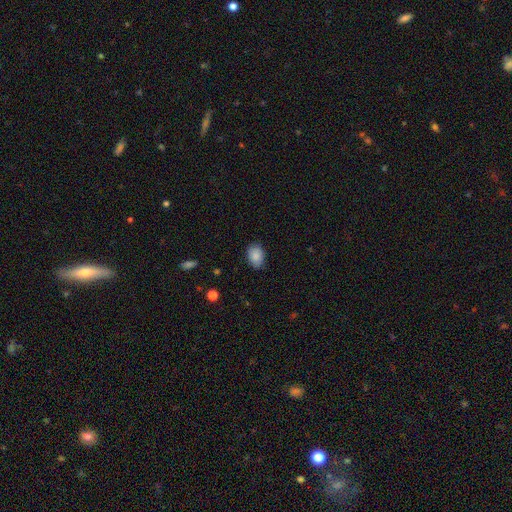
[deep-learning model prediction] Morphology: type=smooth (86%); roundness=in between (76%); merging=none (83%).